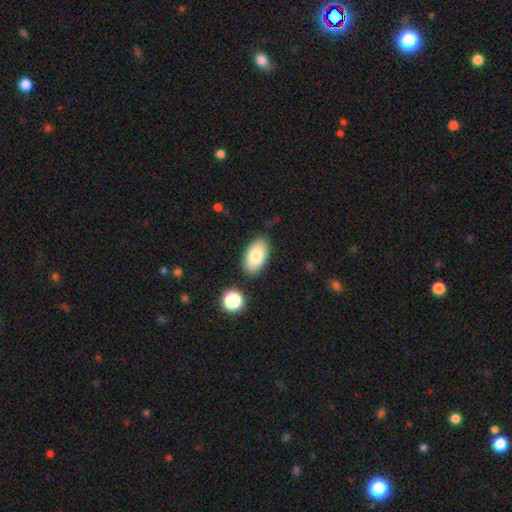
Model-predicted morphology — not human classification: A smooth galaxy with no disk features (81%) that is in between round and cigar-shaped (94%).

Vote fractions:
- Smooth or featured? smooth: 81% / featured or disk: 12% / star or artifact: 7%
- How rounded? in between: 94% / round: 5% / cigar-shaped: 2%
- Merging? none: 84% / minor disturbance: 11% / merger: 3% / major disturbance: 3%